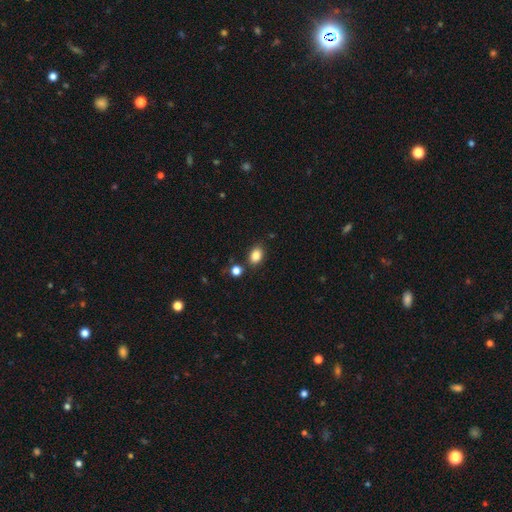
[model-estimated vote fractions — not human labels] This is clearly a smooth galaxy (84%). How rounded: likely in between (75%). Merging: likely none (77%).